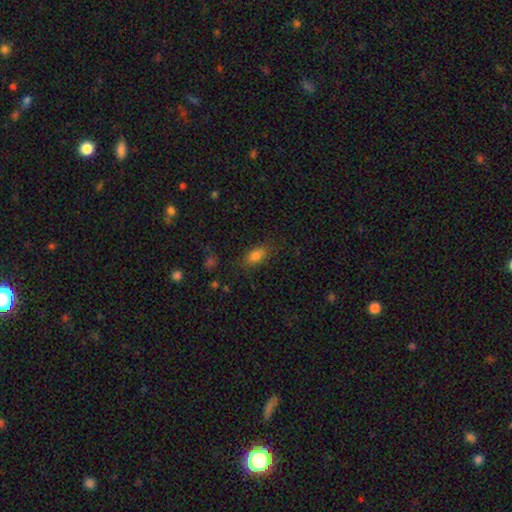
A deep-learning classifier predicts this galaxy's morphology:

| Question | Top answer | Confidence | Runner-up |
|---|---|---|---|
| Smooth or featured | smooth | 81% | star or artifact (11%) |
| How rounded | in between | 85% | round (8%) |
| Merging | none | 77% | minor disturbance (15%) |